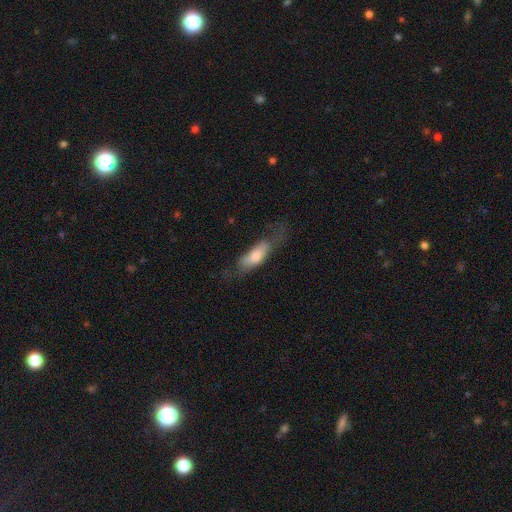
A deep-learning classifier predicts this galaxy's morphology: Smooth or featured? smooth (64%)
How rounded? in between (55%)
Merging? none (44%)